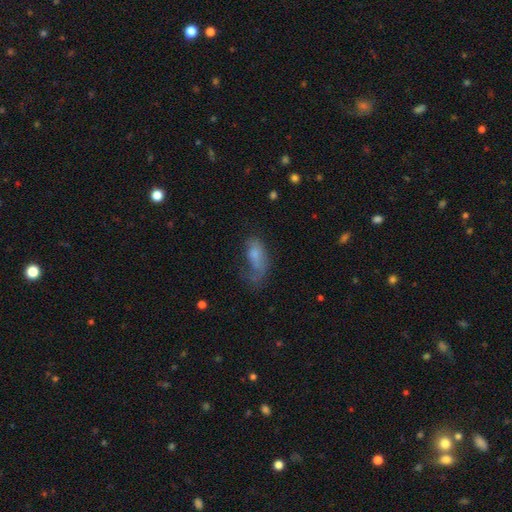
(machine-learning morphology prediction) Overall: smooth (57%; featured or disk 33%). How rounded: in between (86%). Merging: major disturbance (45%; none 28%).